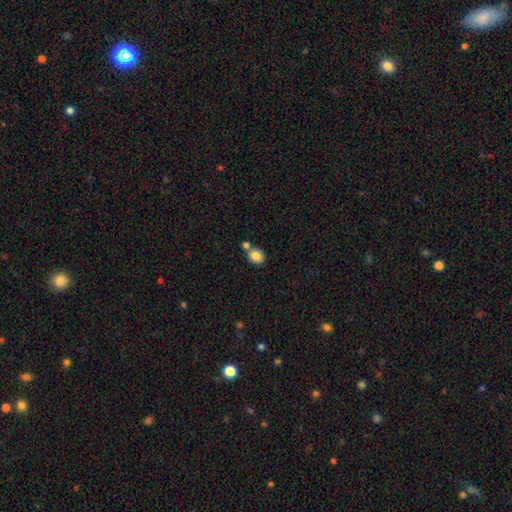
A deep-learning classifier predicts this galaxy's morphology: Smooth or featured: smooth — 85% (star or artifact — 9%)
How rounded: round — 67% (in between — 32%)
Merging: none — 56% (merger — 32%)